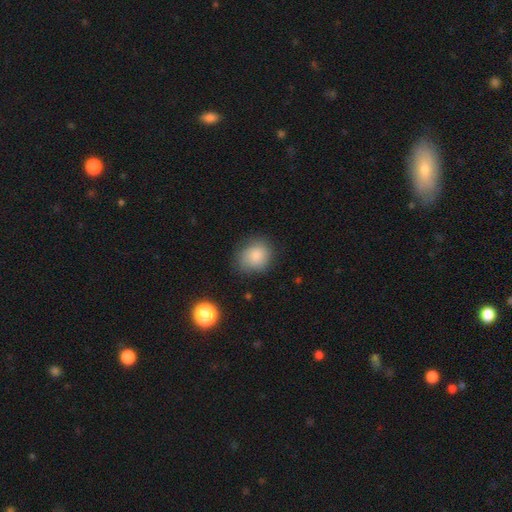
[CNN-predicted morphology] Smooth or featured? Predicted: smooth (p=0.84). How rounded? Predicted: round (p=0.65). Merging? Predicted: none (p=0.75).